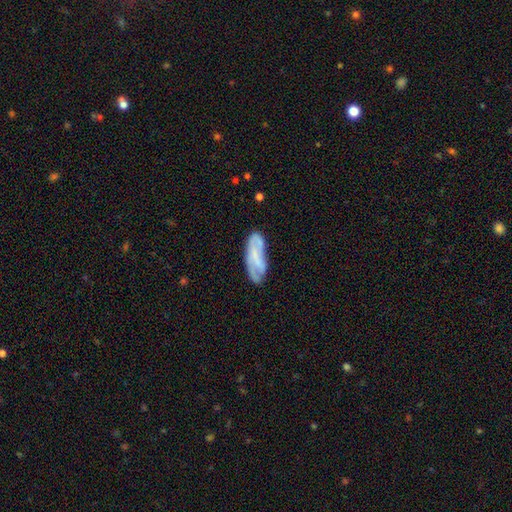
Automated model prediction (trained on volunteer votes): Smooth or featured? featured or disk (54%)
Edge-on disk? no (86%)
Merging? none (66%)